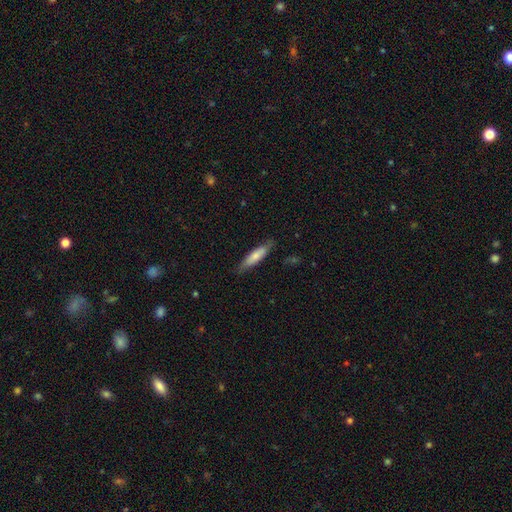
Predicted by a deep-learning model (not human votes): Morphology: type=smooth (69%); roundness=cigar-shaped (76%); merging=none (80%).